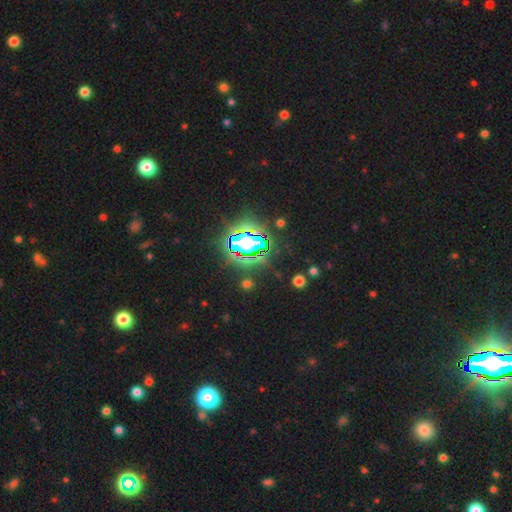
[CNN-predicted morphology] Smooth or featured? Predicted: star or artifact (p=0.78).